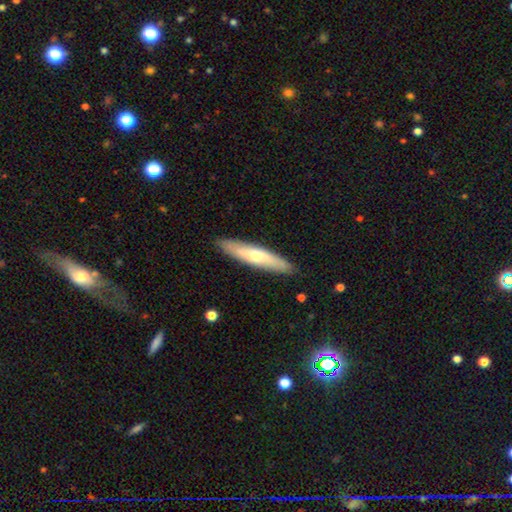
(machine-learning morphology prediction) This appears to be a smooth galaxy with no disk features (55%) that is cigar-shaped (84%). Merging: none (89%).